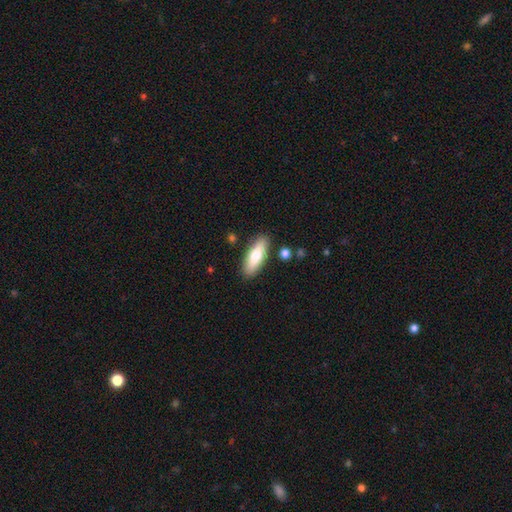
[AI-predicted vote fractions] Morphology: type=smooth (72%); roundness=in between (56%); merging=none (85%).